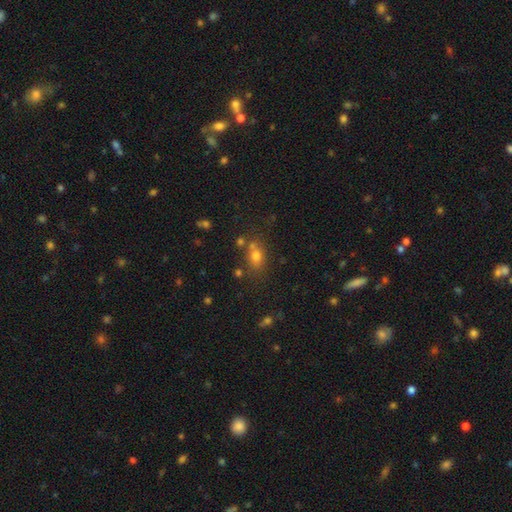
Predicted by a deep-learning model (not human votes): smooth 67%, star or artifact 20%, featured or disk 13%. Down the decision tree: how rounded — in between (55%); merging — none (59%).